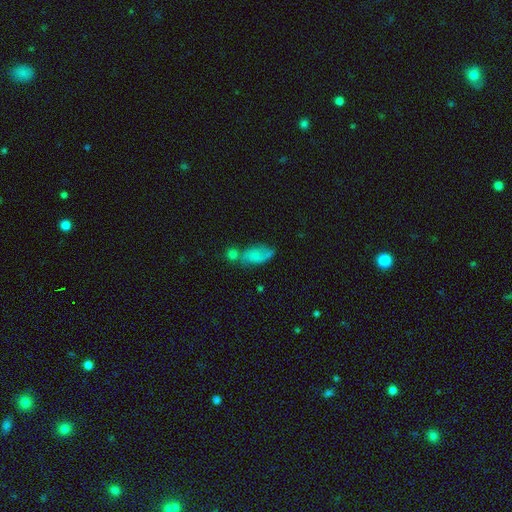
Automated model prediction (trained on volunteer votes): smooth_or_featured: smooth (p=0.55) [alt: featured or disk p=0.34]
how_rounded: in between (p=0.86) [alt: round p=0.09]
merging: none (p=0.36) [alt: merger p=0.31]